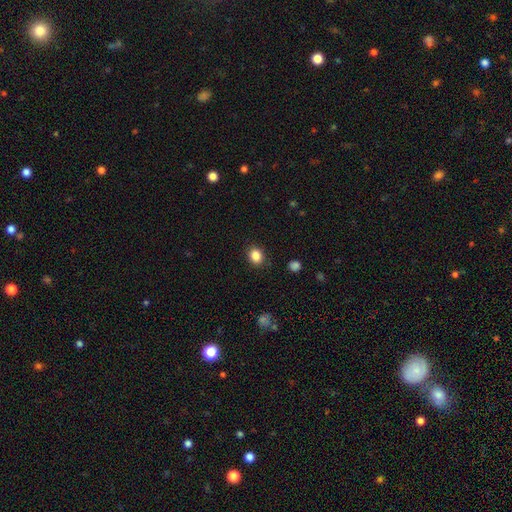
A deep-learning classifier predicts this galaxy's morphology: type=smooth (86%); roundness=round (60%); merging=none (88%).